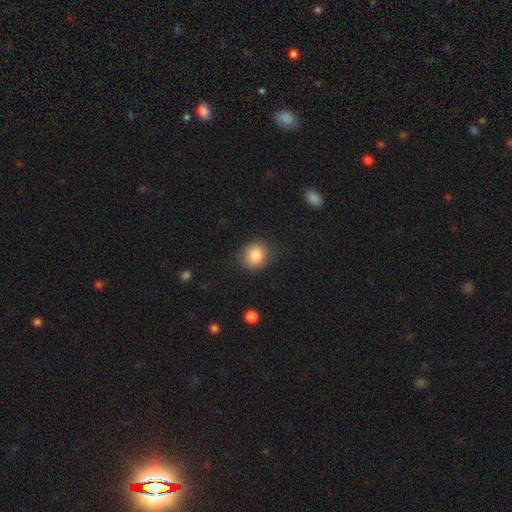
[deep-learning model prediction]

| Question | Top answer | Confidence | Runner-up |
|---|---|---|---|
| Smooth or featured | smooth | 83% | star or artifact (9%) |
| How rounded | round | 79% | in between (20%) |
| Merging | none | 82% | minor disturbance (13%) |